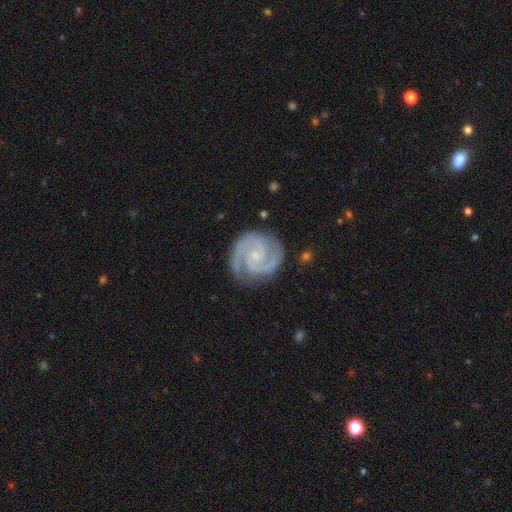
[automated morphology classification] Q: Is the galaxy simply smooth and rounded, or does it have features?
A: featured or disk — 93%.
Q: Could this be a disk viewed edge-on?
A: no — 98%.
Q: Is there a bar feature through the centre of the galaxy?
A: no — 63%.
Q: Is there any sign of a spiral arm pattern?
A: yes — 99%.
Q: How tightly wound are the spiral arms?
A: tight — 62%.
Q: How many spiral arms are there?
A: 2 — 90%.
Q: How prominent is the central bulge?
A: small — 74%.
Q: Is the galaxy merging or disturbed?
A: none — 84%.